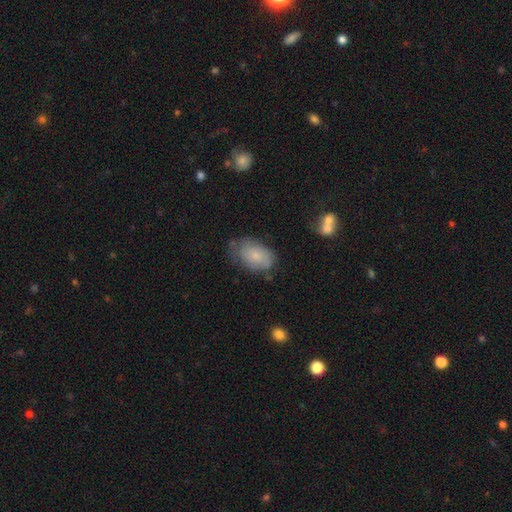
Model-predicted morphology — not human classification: Smooth or featured? smooth (68%)
How rounded? in between (89%)
Merging? none (56%)